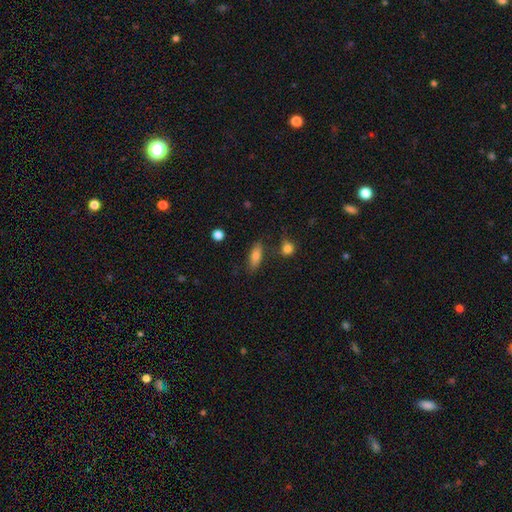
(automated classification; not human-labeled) A smooth galaxy with no disk features (76%) that is in between round and cigar-shaped (68%).

Vote fractions:
- Smooth or featured? smooth: 76% / featured or disk: 16% / star or artifact: 8%
- How rounded? in between: 68% / cigar-shaped: 28% / round: 4%
- Merging? none: 76% / minor disturbance: 15% / merger: 5% / major disturbance: 4%